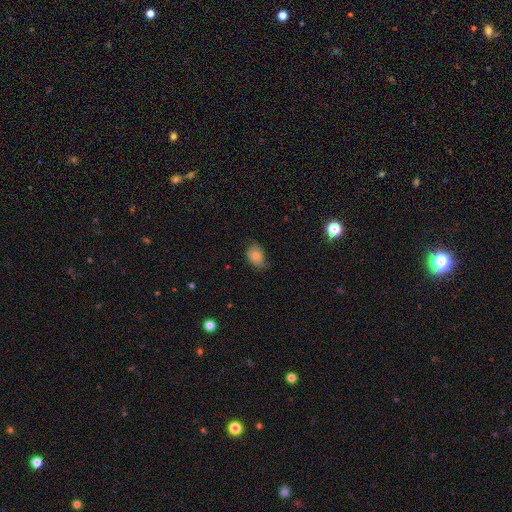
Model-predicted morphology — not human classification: Q: Smooth or featured?
A: smooth (73%); runner-up: featured or disk (18%)
Q: How rounded?
A: in between (65%); runner-up: round (34%)
Q: Merging?
A: none (56%); runner-up: minor disturbance (34%)